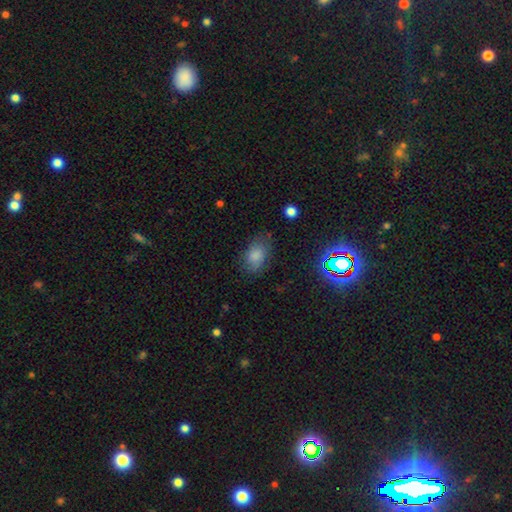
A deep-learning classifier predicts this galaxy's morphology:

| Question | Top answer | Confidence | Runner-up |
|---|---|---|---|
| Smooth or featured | smooth | 76% | featured or disk (12%) |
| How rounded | in between | 85% | round (14%) |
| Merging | none | 67% | minor disturbance (23%) |